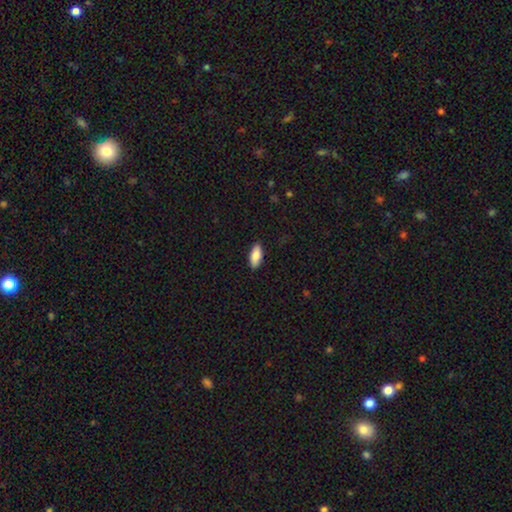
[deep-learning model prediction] A smooth galaxy with no disk features (86%) that is in between round and cigar-shaped (84%). Merging: none (89%).